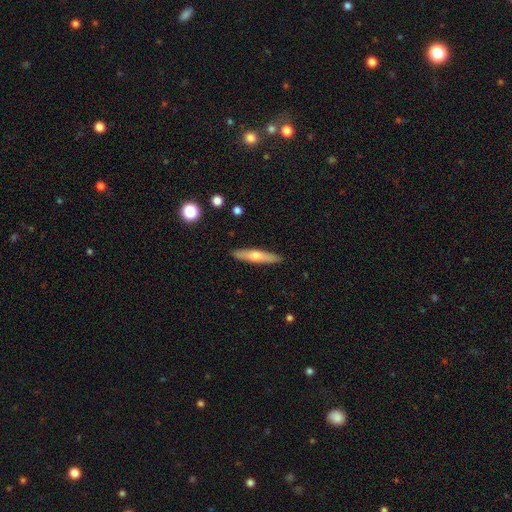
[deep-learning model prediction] A smooth galaxy with no disk features (53%) that is cigar-shaped (86%).

Vote fractions:
- Smooth or featured? smooth: 53% / featured or disk: 41% / star or artifact: 6%
- How rounded? cigar-shaped: 86% / in between: 12% / round: 2%
- Merging? none: 90% / minor disturbance: 7% / major disturbance: 1% / merger: 1%